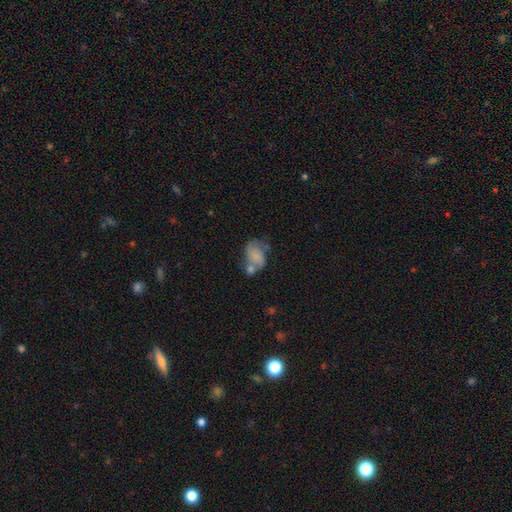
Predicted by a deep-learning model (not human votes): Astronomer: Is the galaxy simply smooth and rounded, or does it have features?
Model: smooth — 63%.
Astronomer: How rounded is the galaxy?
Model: in between — 76%.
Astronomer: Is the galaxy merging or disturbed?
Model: merger — 35% (runner-up: none, 27%).